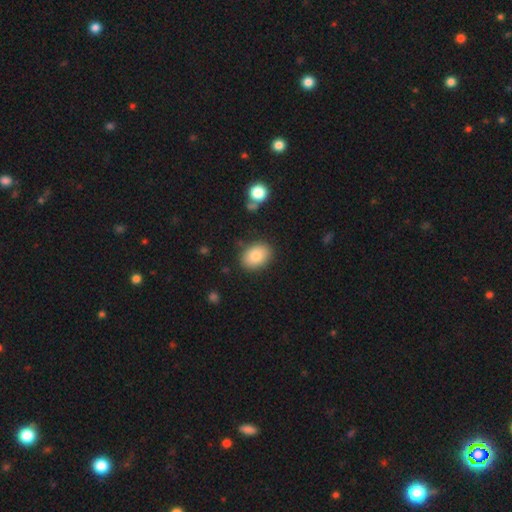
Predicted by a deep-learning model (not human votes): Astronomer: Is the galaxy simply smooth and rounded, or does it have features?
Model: smooth — 83%.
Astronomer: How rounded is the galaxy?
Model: in between — 77%.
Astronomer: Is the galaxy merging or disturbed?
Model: none — 85%.